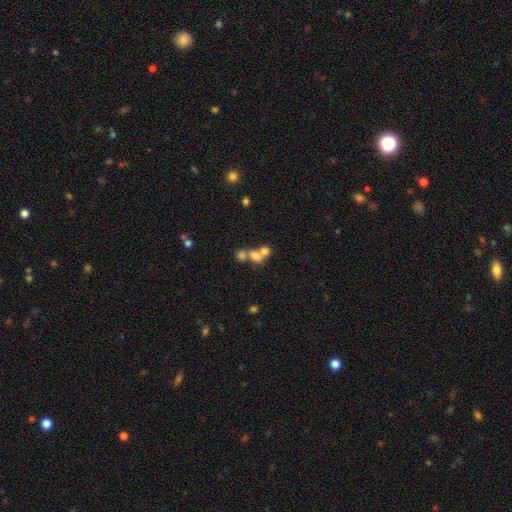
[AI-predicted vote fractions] Q: Smooth or featured?
A: smooth (68%); runner-up: featured or disk (18%)
Q: How rounded?
A: in between (50%); runner-up: round (48%)
Q: Merging?
A: merger (62%); runner-up: none (26%)